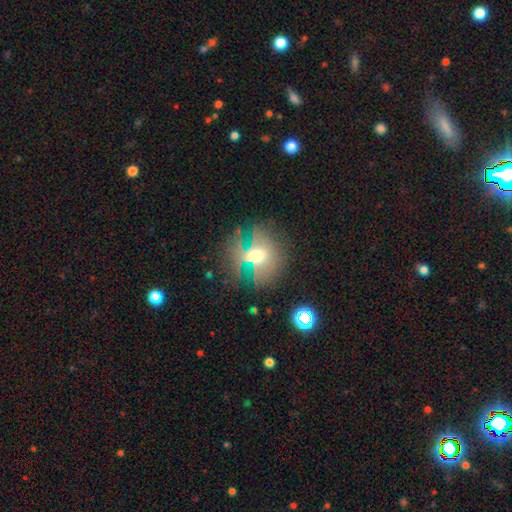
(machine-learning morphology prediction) Smooth or featured?
  - smooth: 49% *
  - featured or disk: 29%
  - star or artifact: 22%
Merging?
  - none: 65% *
  - minor disturbance: 17%
  - major disturbance: 13%
  - merger: 5%